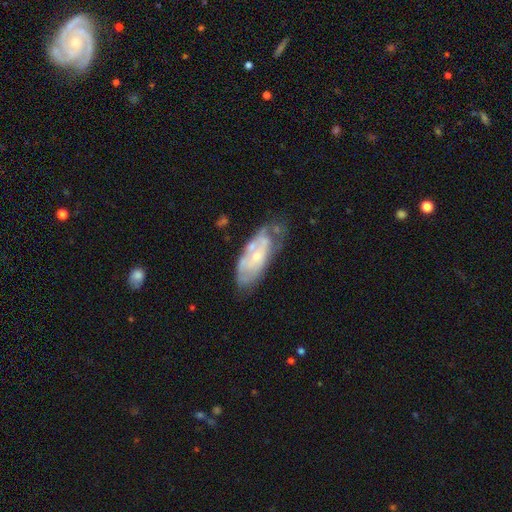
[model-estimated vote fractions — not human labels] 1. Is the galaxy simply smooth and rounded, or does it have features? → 63% featured or disk, 31% smooth, 7% star or artifact.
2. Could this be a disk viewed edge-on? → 90% no, 10% yes.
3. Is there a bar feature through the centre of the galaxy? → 76% no, 19% weak, 5% strong.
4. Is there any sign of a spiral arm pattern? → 54% no, 46% yes.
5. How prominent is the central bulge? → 63% small, 29% moderate, 5% none, 2% large, 1% dominant.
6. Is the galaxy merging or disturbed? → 45% none, 31% minor disturbance, 15% major disturbance, 9% merger.